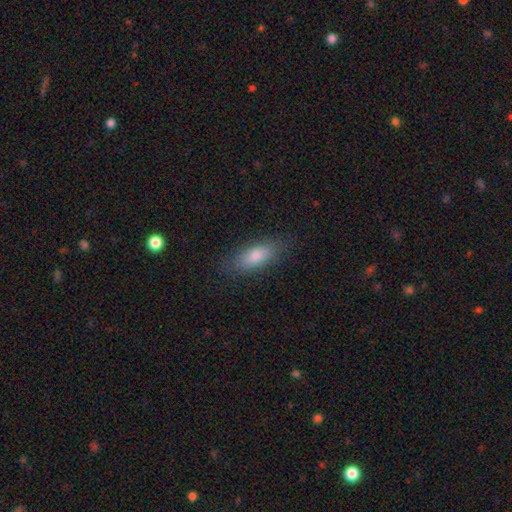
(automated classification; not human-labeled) The model was most divided on "how rounded": in between: 72%, cigar-shaped: 25%, round: 3%. More confident: merging — none (84%); smooth or featured — smooth (80%).